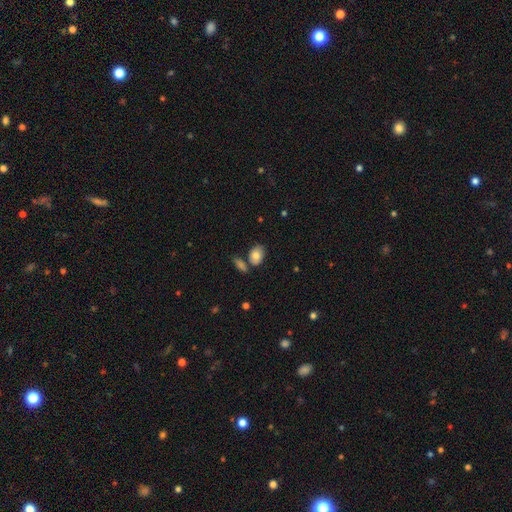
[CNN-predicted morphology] type=smooth (80%); roundness=in between (83%); merging=none (64%).